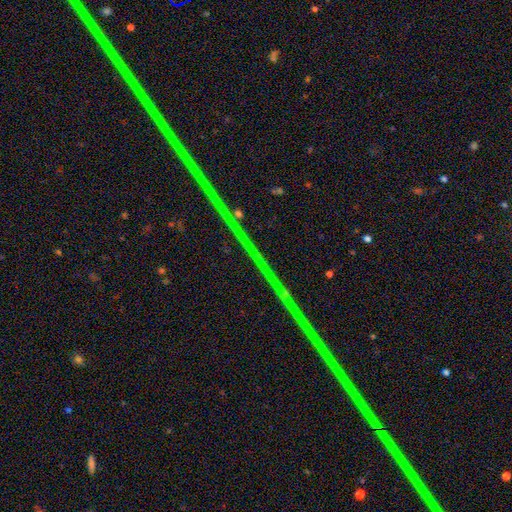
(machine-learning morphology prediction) This is clearly a star or artifact rather than a galaxy (89%).